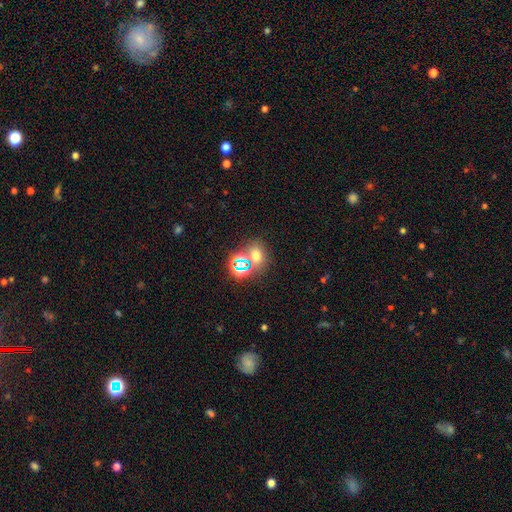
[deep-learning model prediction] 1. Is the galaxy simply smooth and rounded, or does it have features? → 57% smooth, 33% star or artifact, 10% featured or disk.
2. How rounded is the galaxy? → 53% round, 46% in between, 1% cigar-shaped.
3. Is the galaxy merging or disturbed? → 63% none, 22% merger, 10% minor disturbance, 5% major disturbance.